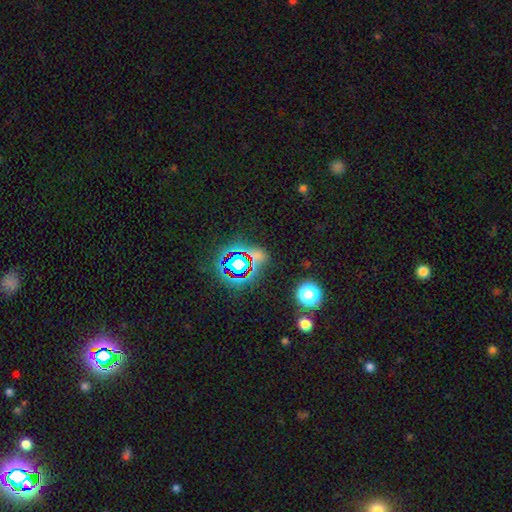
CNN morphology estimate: smooth_or_featured: star or artifact (p=0.67) [alt: smooth p=0.24]